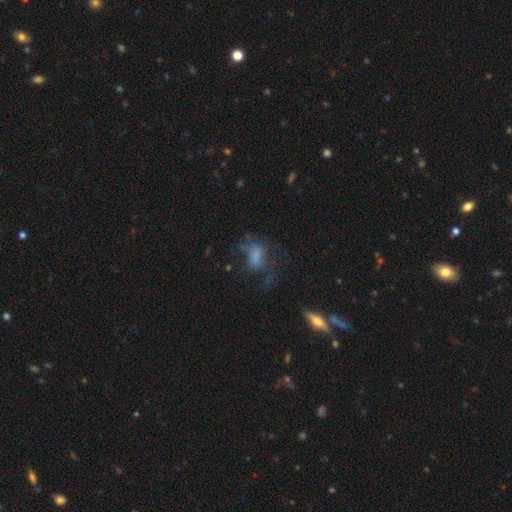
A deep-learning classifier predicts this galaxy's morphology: A smooth galaxy with no disk features (54%) that is in between round and cigar-shaped (80%). Merging: major disturbance (46%).